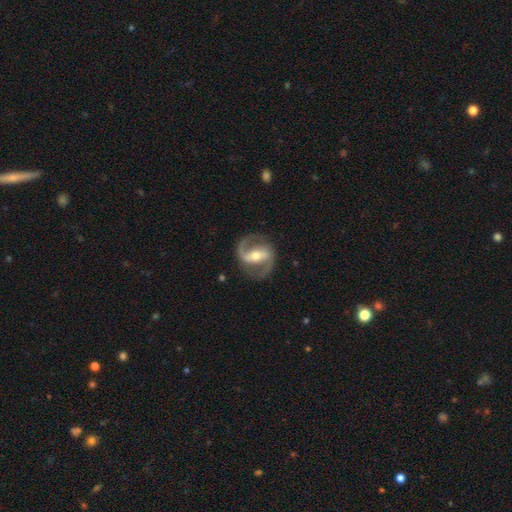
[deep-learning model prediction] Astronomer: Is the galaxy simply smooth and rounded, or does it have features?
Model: featured or disk — 89%.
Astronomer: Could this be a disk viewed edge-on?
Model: no — 97%.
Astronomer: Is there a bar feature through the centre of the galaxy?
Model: strong — 52% (runner-up: weak, 32%).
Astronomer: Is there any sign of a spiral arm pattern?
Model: yes — 96%.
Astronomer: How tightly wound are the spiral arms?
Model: medium — 55%.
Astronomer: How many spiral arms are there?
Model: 2 — 91%.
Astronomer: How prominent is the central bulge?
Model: moderate — 61%.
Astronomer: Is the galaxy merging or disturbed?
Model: none — 83%.